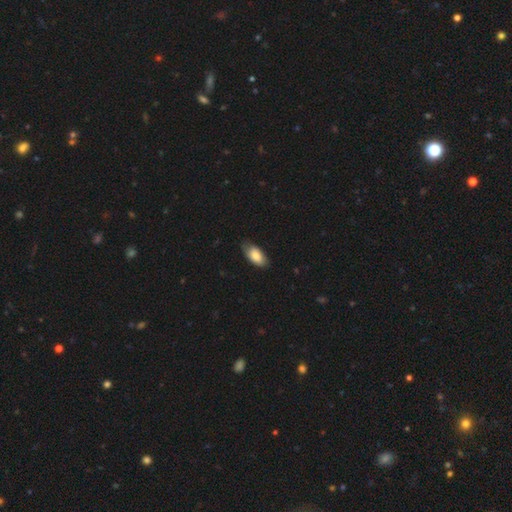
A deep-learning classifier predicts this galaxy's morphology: smooth 81%, featured or disk 13%, star or artifact 6%. Down the decision tree: how rounded — in between (93%); merging — none (71%).